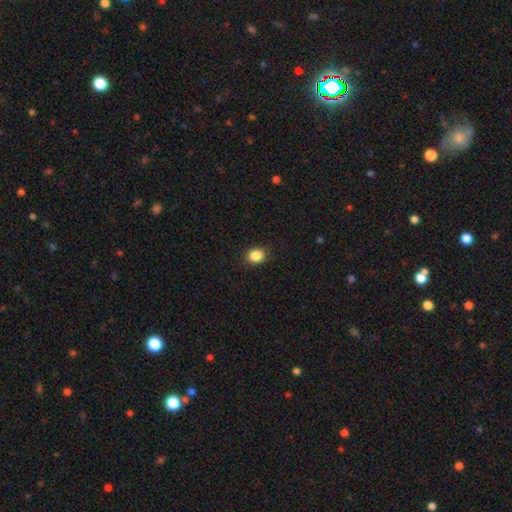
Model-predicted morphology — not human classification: A smooth galaxy with no disk features (87%) that is round (66%).

Vote fractions:
- Smooth or featured? smooth: 87% / star or artifact: 10% / featured or disk: 3%
- How rounded? round: 66% / in between: 33% / cigar-shaped: 1%
- Merging? none: 89% / minor disturbance: 8% / major disturbance: 2% / merger: 1%